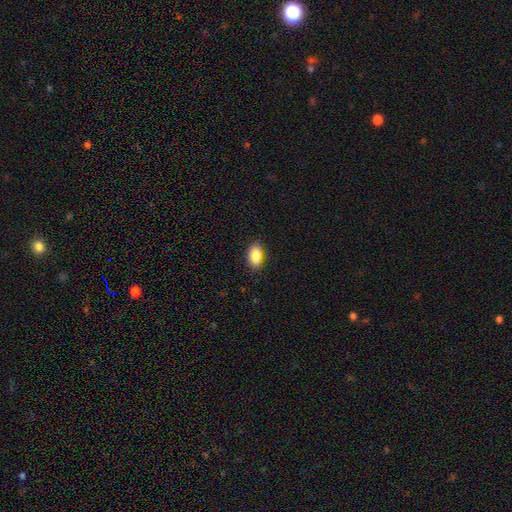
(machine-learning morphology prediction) smooth 88%, star or artifact 8%, featured or disk 4%. Down the decision tree: how rounded — in between (91%); merging — none (82%).